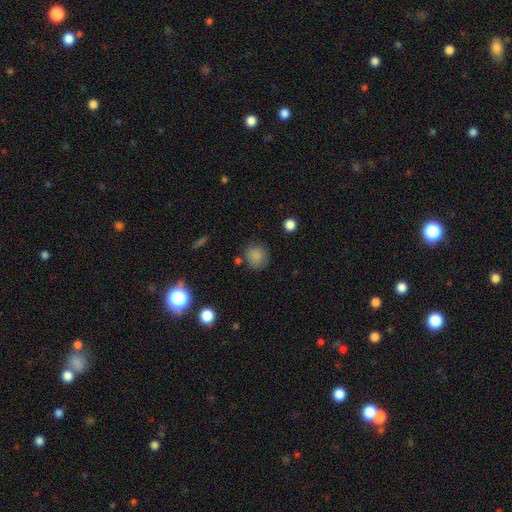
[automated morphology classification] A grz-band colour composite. It shows a smooth galaxy with no disk features (84%) that is round (87%). Merging: none (78%).